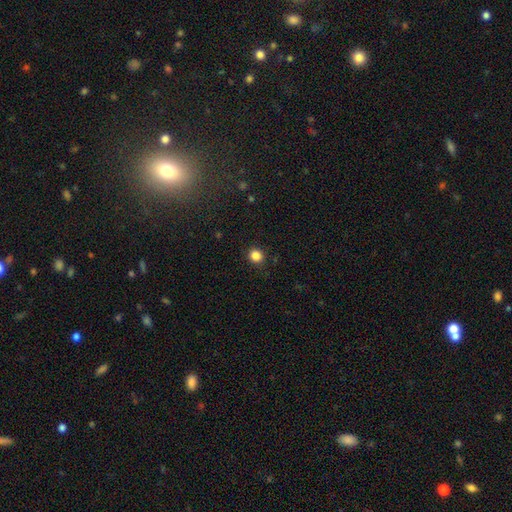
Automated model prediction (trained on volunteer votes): Smooth or featured? Predicted: smooth (p=0.85). How rounded? Predicted: round (p=0.89). Merging? Predicted: none (p=0.90).